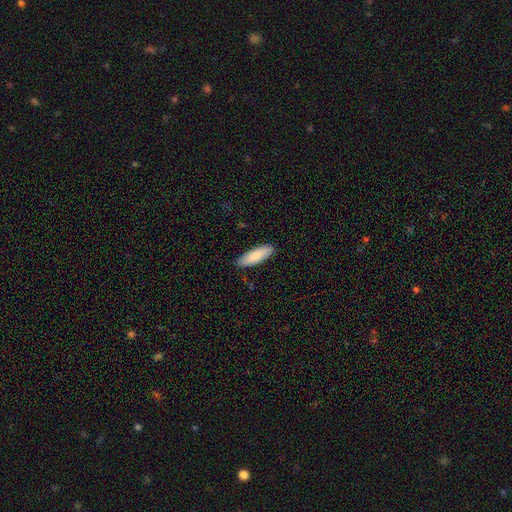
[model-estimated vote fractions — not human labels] A smooth galaxy with no disk features (88%) that is in between round and cigar-shaped (58%).

Vote fractions:
- Smooth or featured? smooth: 88% / featured or disk: 7% / star or artifact: 5%
- How rounded? in between: 58% / cigar-shaped: 40% / round: 1%
- Merging? none: 86% / minor disturbance: 11% / major disturbance: 2% / merger: 1%